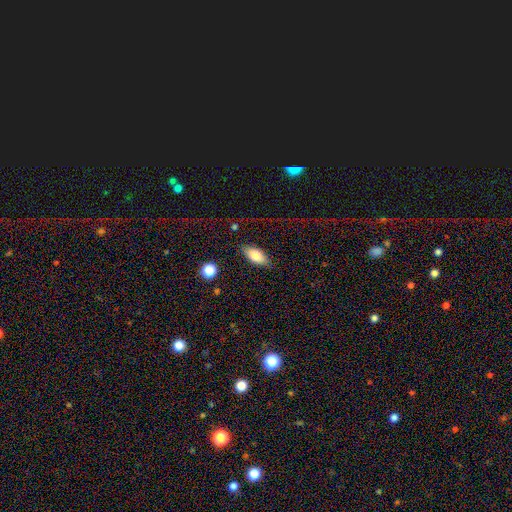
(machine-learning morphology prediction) Q: Smooth or featured?
A: smooth (80%); runner-up: featured or disk (12%)
Q: How rounded?
A: in between (88%); runner-up: cigar-shaped (9%)
Q: Merging?
A: none (80%); runner-up: minor disturbance (14%)